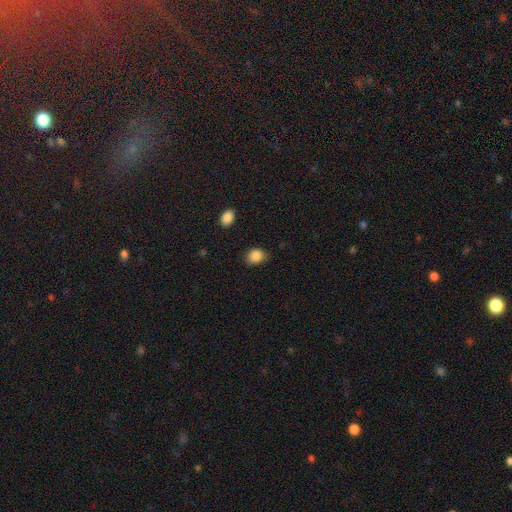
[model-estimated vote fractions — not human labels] Smooth or featured: smooth — 86% (star or artifact — 9%)
How rounded: in between — 53% (round — 46%)
Merging: none — 73% (minor disturbance — 21%)